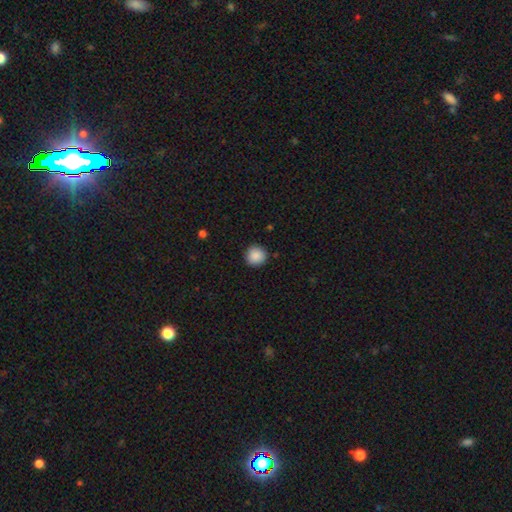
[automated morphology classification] type=smooth (89%); roundness=round (94%); merging=none (91%).